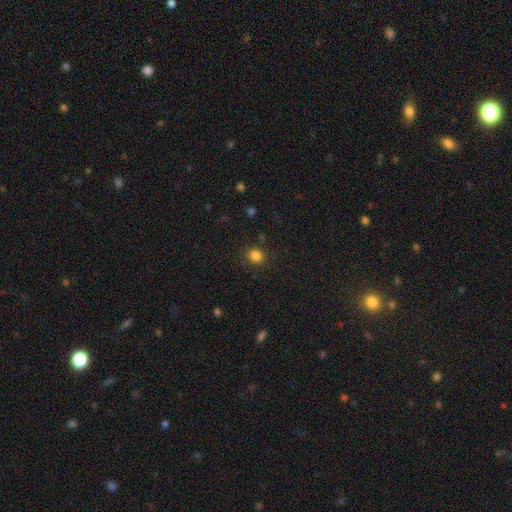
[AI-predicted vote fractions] Q: Smooth or featured?
A: smooth (84%); runner-up: star or artifact (12%)
Q: How rounded?
A: round (63%); runner-up: in between (36%)
Q: Merging?
A: none (84%); runner-up: minor disturbance (11%)